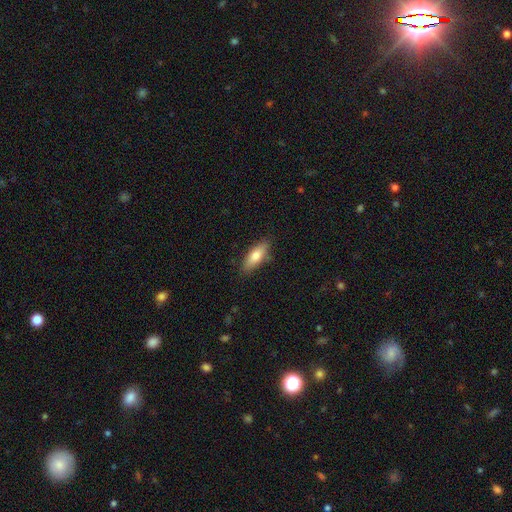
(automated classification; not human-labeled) smooth 74%, featured or disk 20%, star or artifact 6%. Down the decision tree: how rounded — in between (65%); merging — none (83%).